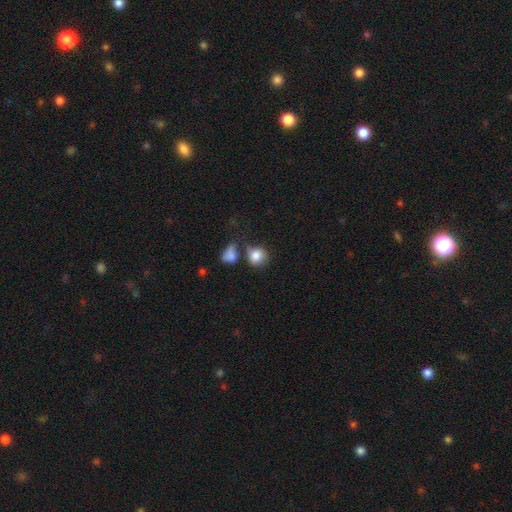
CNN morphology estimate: smooth 84%, star or artifact 8%, featured or disk 7%. Down the decision tree: how rounded — round (78%); merging — none (51%).